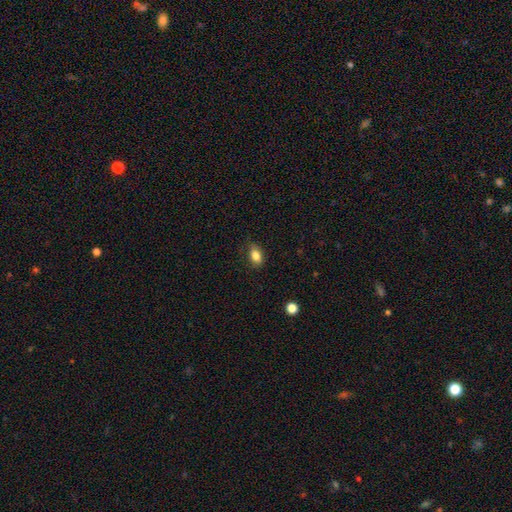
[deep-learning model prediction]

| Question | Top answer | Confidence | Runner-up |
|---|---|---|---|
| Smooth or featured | smooth | 85% | star or artifact (9%) |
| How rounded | in between | 85% | round (12%) |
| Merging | none | 81% | minor disturbance (15%) |